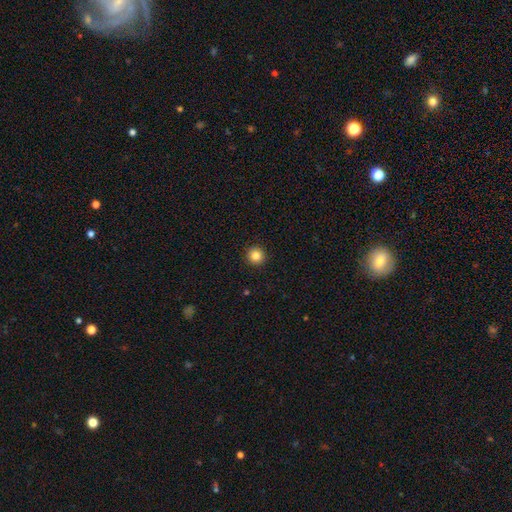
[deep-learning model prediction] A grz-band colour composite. It shows a smooth galaxy with no disk features (84%) that is round (96%). Merging: none (94%).